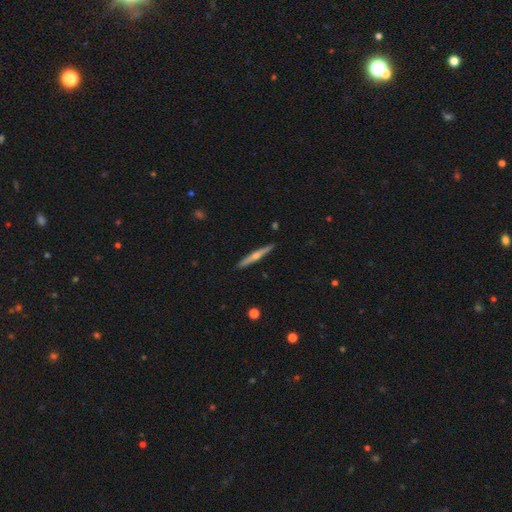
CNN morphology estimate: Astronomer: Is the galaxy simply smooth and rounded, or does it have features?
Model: featured or disk — 65%.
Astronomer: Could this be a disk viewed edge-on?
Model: yes — 97%.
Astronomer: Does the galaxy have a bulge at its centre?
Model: rounded — 81%.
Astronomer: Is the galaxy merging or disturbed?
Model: none — 91%.